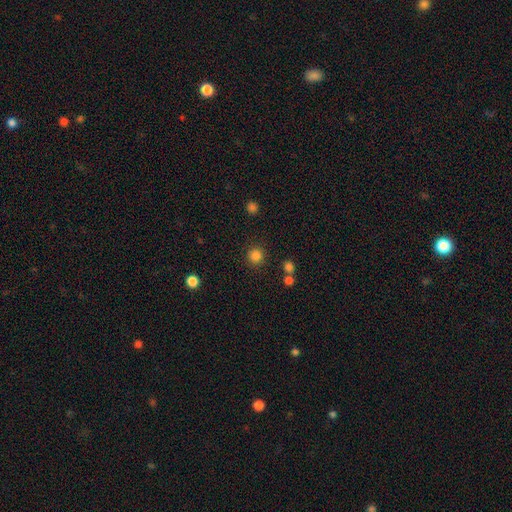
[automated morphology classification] Overall: smooth (83%). How rounded: round (94%). Merging: none (88%).